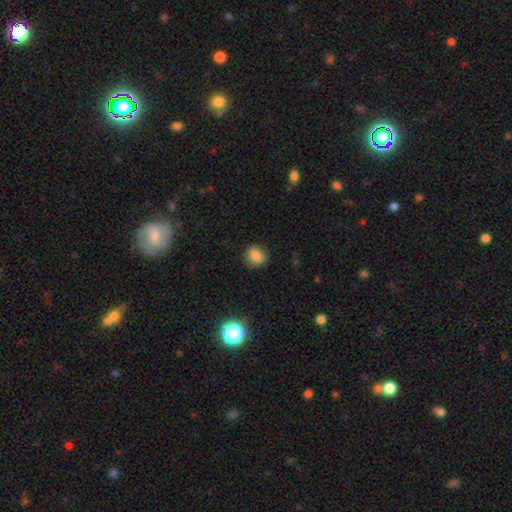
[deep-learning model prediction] This is clearly a smooth galaxy (83%). How rounded: likely round (73%). Merging: clearly none (85%).